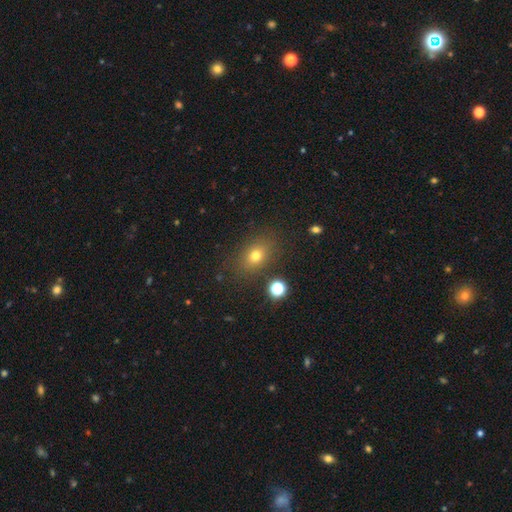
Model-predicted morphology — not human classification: Smooth or featured: smooth — 74% (star or artifact — 16%)
How rounded: in between — 64% (round — 34%)
Merging: none — 81% (minor disturbance — 11%)